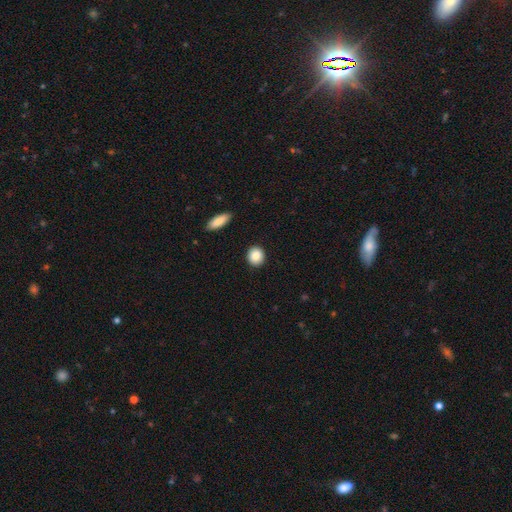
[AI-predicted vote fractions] Smooth or featured: smooth — 88% (star or artifact — 7%)
How rounded: round — 76% (in between — 23%)
Merging: none — 91% (minor disturbance — 6%)